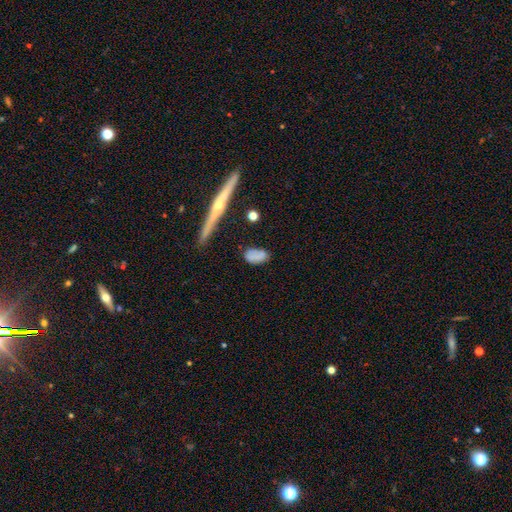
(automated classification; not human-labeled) Smooth or featured? smooth (72%)
How rounded? in between (89%)
Merging? none (66%)